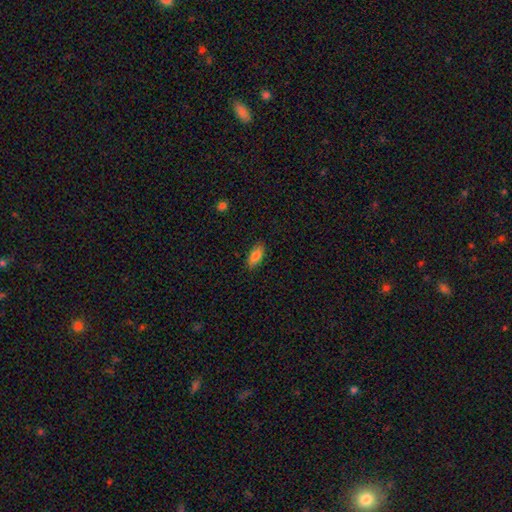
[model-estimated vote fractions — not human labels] Smooth or featured? Predicted: smooth (p=0.85). How rounded? Predicted: in between (p=0.88). Merging? Predicted: none (p=0.86).